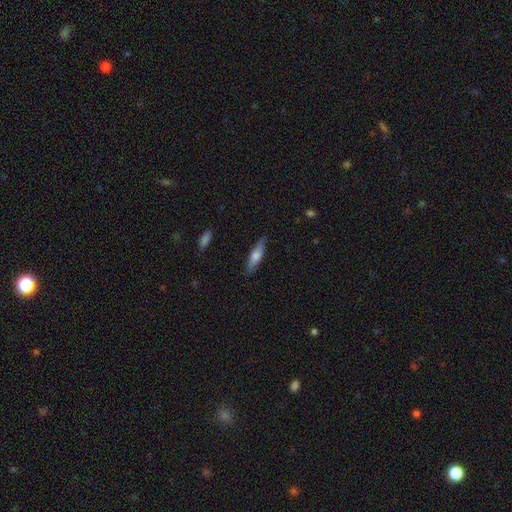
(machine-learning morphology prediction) Smooth or featured? smooth (60%)
How rounded? cigar-shaped (69%)
Merging? none (86%)